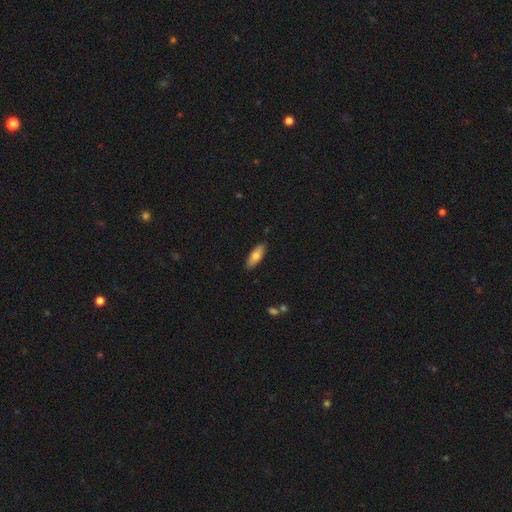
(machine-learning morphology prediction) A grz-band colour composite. It shows a smooth galaxy with no disk features (73%) that is in between round and cigar-shaped (65%). Merging: none (88%).